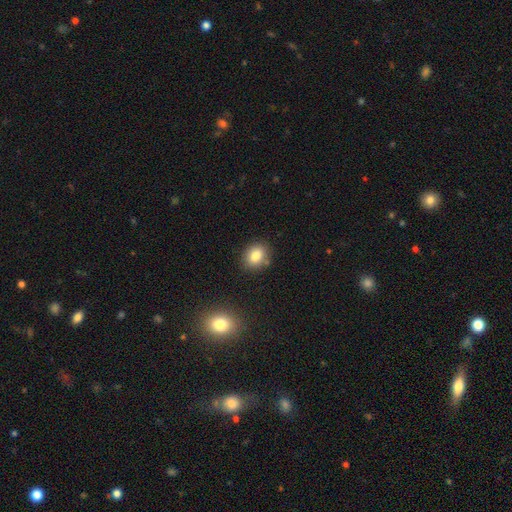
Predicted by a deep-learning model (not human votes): This appears to be a smooth galaxy with no disk features (83%) that is round (49%, tied with in between). Merging: none (82%).